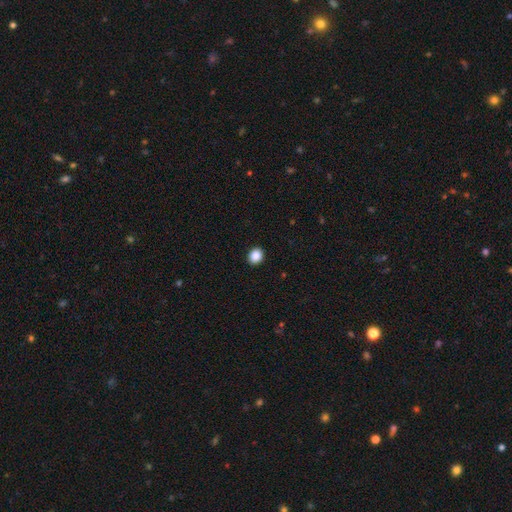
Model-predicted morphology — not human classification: smooth 88%, star or artifact 9%, featured or disk 3%. Down the decision tree: how rounded — round (69%); merging — none (93%).